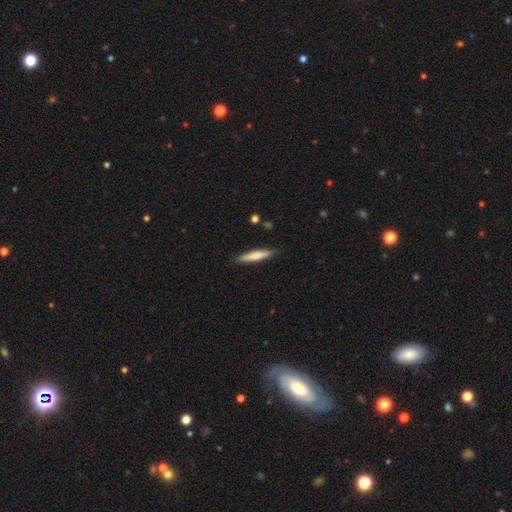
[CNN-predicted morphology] smooth 71%, featured or disk 24%, star or artifact 5%. Down the decision tree: how rounded — cigar-shaped (89%); merging — none (89%).